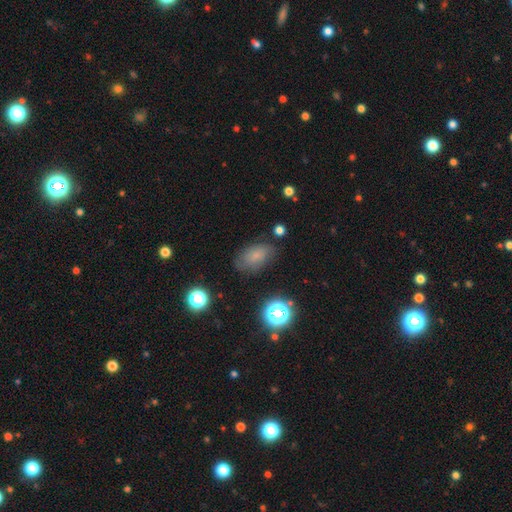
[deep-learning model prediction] smooth-or-featured: smooth: 68% | featured or disk: 16% | star or artifact: 16%
  how-rounded: in between: 88% | round: 10% | cigar-shaped: 2%
  merging: none: 72% | minor disturbance: 20% | major disturbance: 6% | merger: 2%